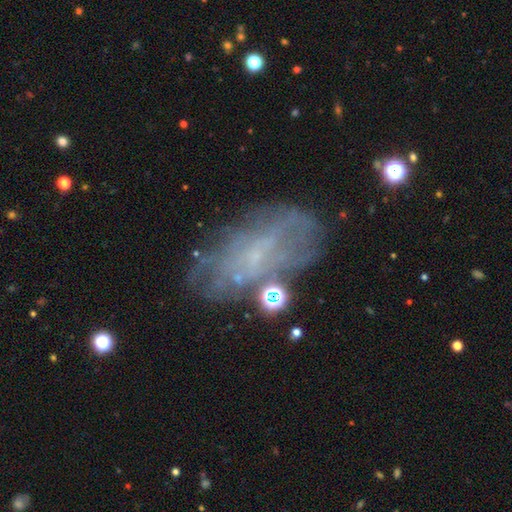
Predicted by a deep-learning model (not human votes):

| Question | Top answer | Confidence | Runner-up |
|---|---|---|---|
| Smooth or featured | featured or disk | 58% | smooth (27%) |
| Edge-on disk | no | 93% | yes (7%) |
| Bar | no | 67% | weak (26%) |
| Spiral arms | no | 55% | yes (45%) |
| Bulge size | small | 50% | none (40%) |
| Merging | none | 59% | minor disturbance (22%) |